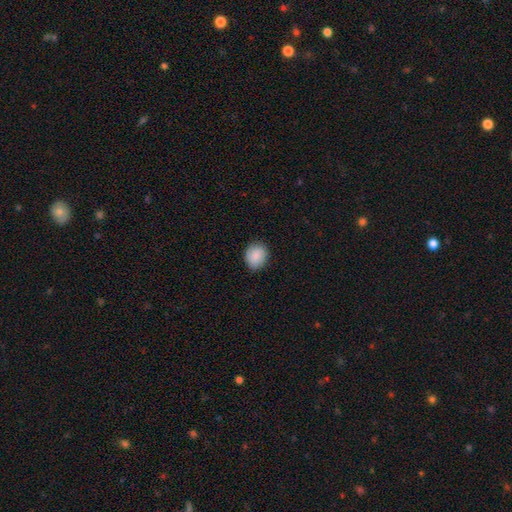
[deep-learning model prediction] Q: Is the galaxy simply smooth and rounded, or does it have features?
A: smooth — 87%.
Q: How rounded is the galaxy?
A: round — 62%.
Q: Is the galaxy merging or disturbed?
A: none — 85%.